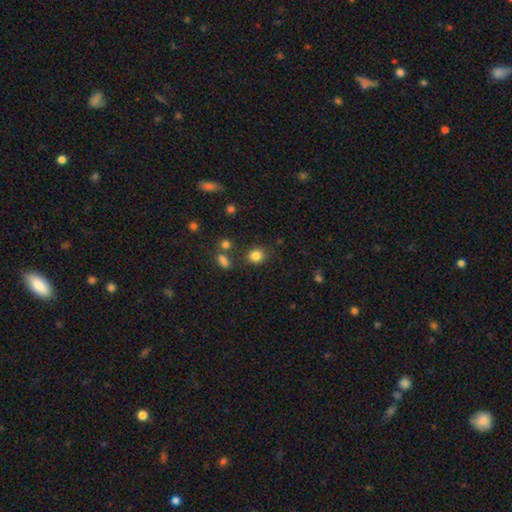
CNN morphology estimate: smooth 84%, star or artifact 11%, featured or disk 5%. Down the decision tree: how rounded — round (78%); merging — none (81%).